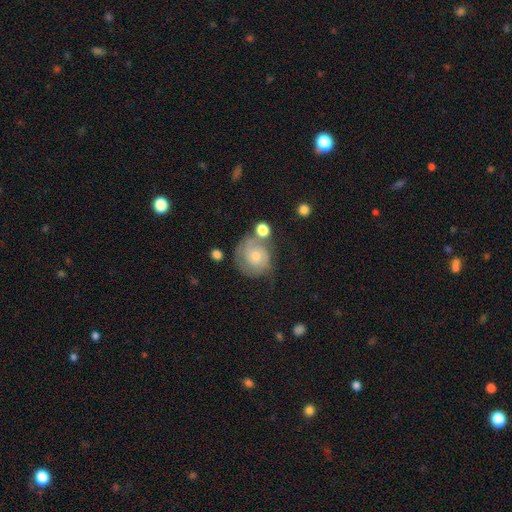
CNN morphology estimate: Smooth or featured: featured or disk — 62% (smooth — 31%)
Edge-on disk: no — 98% (yes — 2%)
Bar: no — 79% (weak — 18%)
Spiral arms: yes — 85% (no — 15%)
Spiral winding: tight — 62% (medium — 29%)
Spiral arm count: 2 — 43% (can't tell — 30%)
Bulge size: moderate — 53% (small — 40%)
Merging: none — 50% (minor disturbance — 22%)